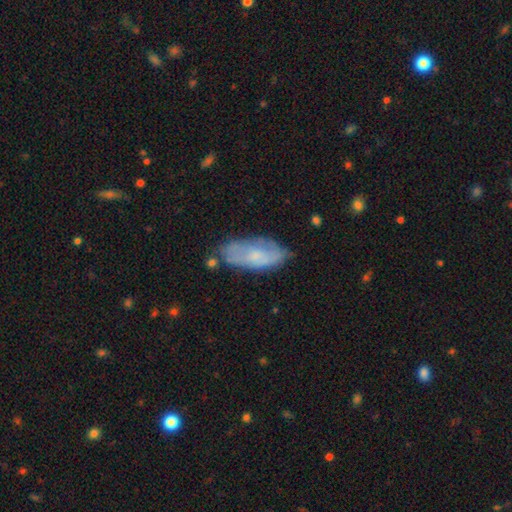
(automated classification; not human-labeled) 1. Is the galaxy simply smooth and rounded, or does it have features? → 58% smooth, 35% featured or disk, 7% star or artifact.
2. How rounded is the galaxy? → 83% in between, 14% cigar-shaped, 2% round.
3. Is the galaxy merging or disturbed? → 62% none, 26% minor disturbance, 7% major disturbance, 4% merger.